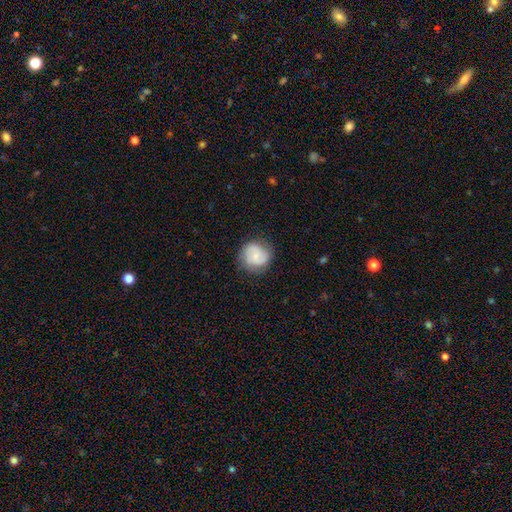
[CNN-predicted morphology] The model was most divided on "smooth or featured": smooth: 47%, featured or disk: 46%, star or artifact: 7%. More confident: merging — none (78%).